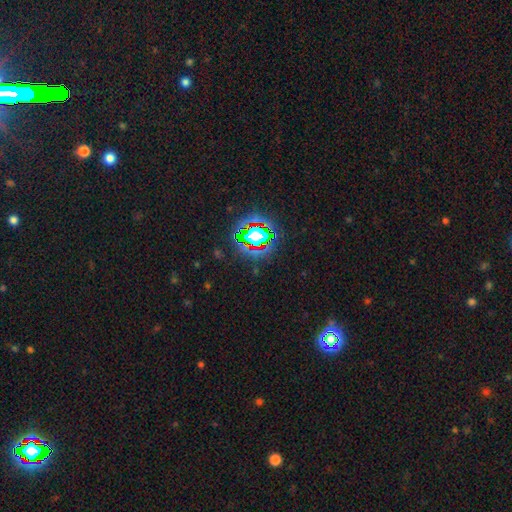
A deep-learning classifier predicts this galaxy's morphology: Q: Smooth or featured?
A: star or artifact (79%); runner-up: smooth (12%)